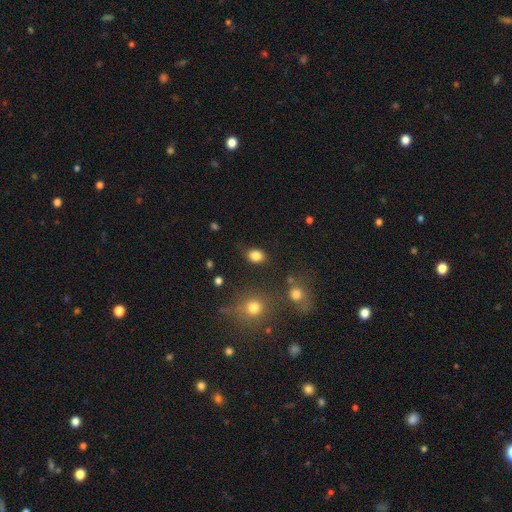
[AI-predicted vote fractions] A smooth galaxy with no disk features (83%) that is in between round and cigar-shaped (67%).

Vote fractions:
- Smooth or featured? smooth: 83% / star or artifact: 11% / featured or disk: 6%
- How rounded? in between: 67% / round: 31% / cigar-shaped: 1%
- Merging? none: 79% / minor disturbance: 14% / major disturbance: 4% / merger: 3%